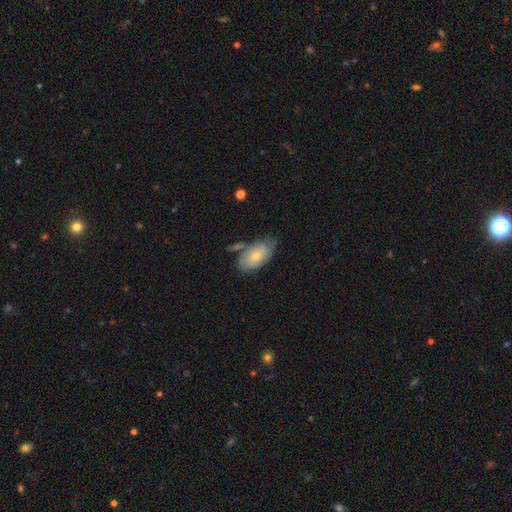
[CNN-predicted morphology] Overall: smooth (63%; featured or disk 30%). How rounded: in between (93%). Merging: none (57%; minor disturbance 25%).